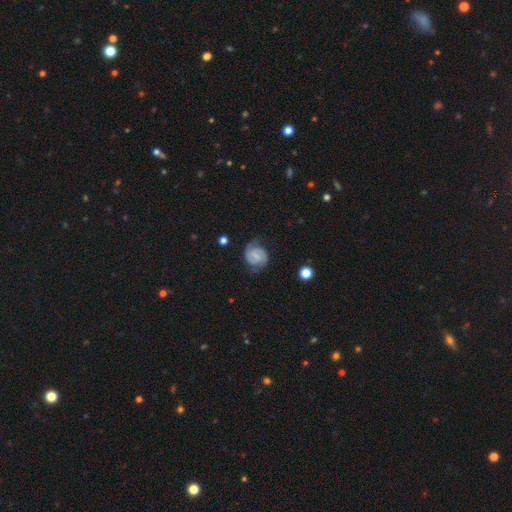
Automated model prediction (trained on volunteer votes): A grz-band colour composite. It shows a featured or disk galaxy (74%) with a weak bar (53%), 2 (79%) tight (48%) spiral arms (94%) and a small central bulge (58%). Merging: none (65%).